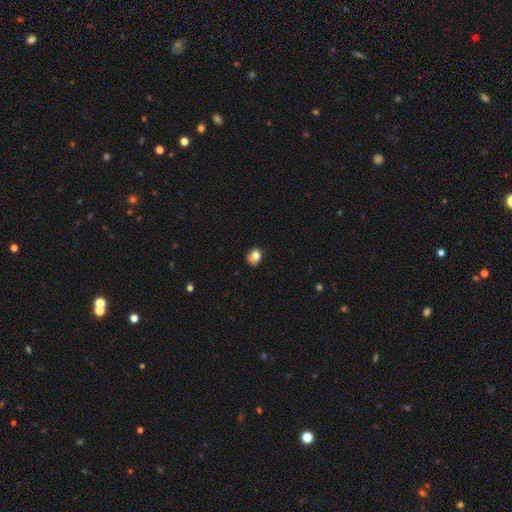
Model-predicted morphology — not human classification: smooth 78%, featured or disk 11%, star or artifact 11%. Down the decision tree: how rounded — round (62%); merging — none (64%).